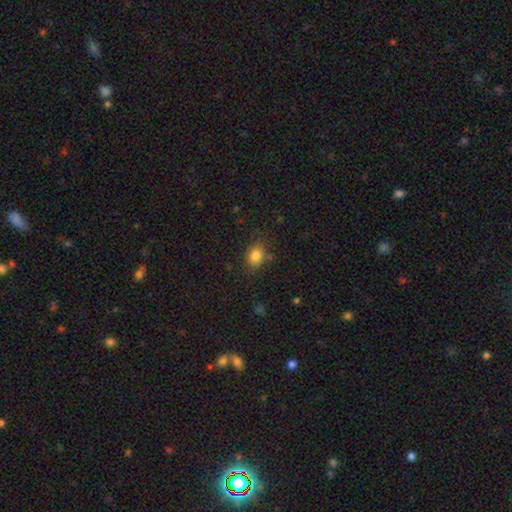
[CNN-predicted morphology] The model was most divided on "how rounded": in between: 62%, round: 37%, cigar-shaped: 1%. More confident: smooth or featured — smooth (83%); merging — none (76%).